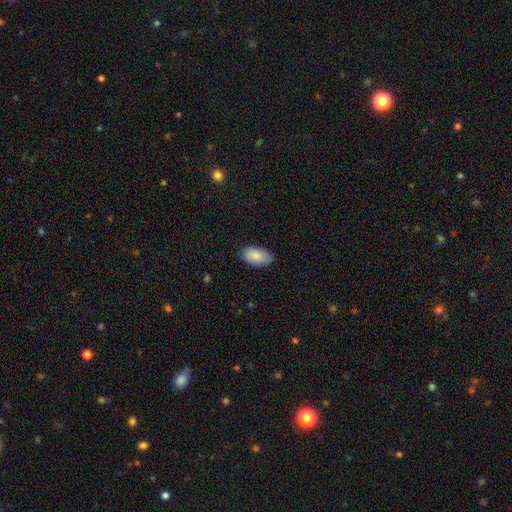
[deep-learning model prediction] Smooth or featured?
  - smooth: 86% *
  - featured or disk: 8%
  - star or artifact: 6%
How rounded?
  - in between: 95% *
  - round: 3%
  - cigar-shaped: 2%
Merging?
  - none: 84% *
  - minor disturbance: 13%
  - major disturbance: 2%
  - merger: 1%